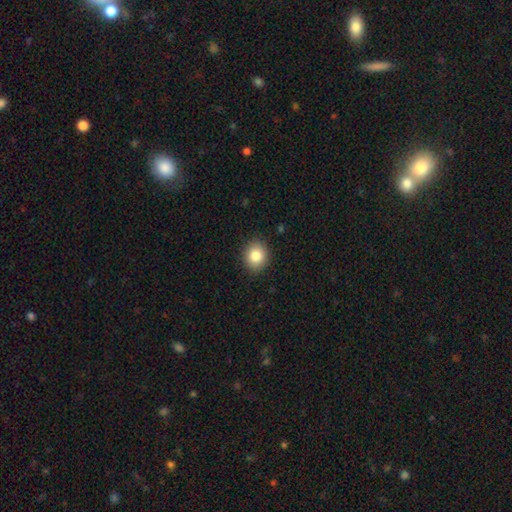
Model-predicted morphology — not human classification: Overall: smooth (84%). How rounded: round (63%; in between 36%). Merging: none (89%).